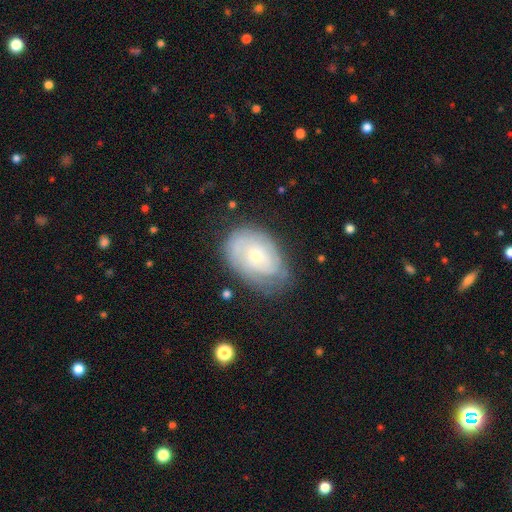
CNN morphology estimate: Smooth or featured: featured or disk — 66% (smooth — 28%)
Edge-on disk: no — 95% (yes — 5%)
Bar: no — 78% (weak — 19%)
Spiral arms: yes — 80% (no — 20%)
Spiral winding: tight — 71% (medium — 22%)
Spiral arm count: can't tell — 56% (2 — 21%)
Bulge size: small — 59% (moderate — 37%)
Merging: none — 66% (minor disturbance — 24%)